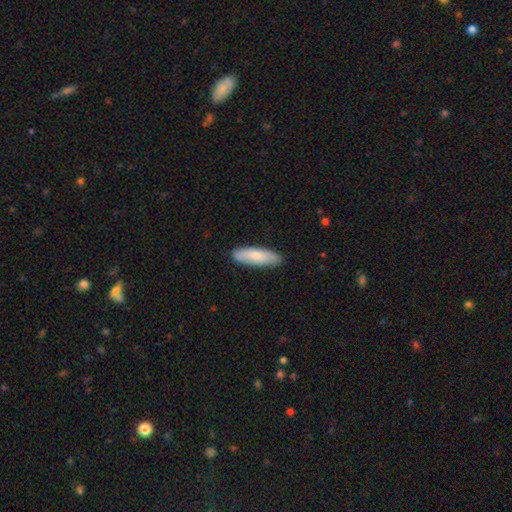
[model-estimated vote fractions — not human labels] Overall: smooth (77%). How rounded: cigar-shaped (55%; in between 43%). Merging: none (87%).